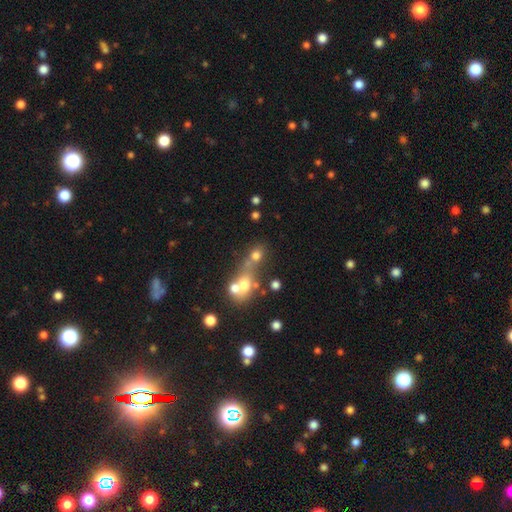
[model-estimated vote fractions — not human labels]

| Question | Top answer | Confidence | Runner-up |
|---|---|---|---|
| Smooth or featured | smooth | 65% | featured or disk (18%) |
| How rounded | round | 66% | in between (31%) |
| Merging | merger | 51% | none (32%) |